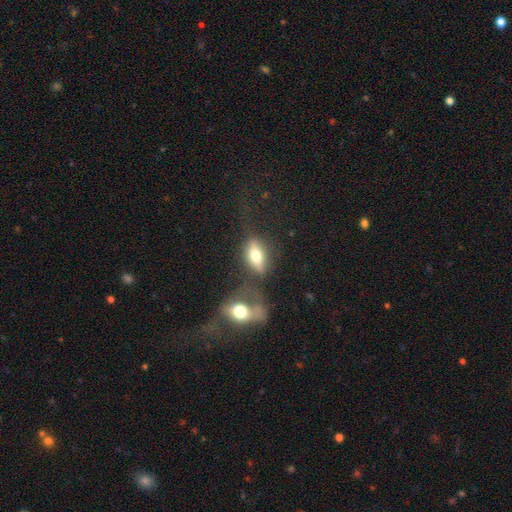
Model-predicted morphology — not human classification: A smooth galaxy with no disk features (53%) that is in between round and cigar-shaped (75%).

Vote fractions:
- Smooth or featured? smooth: 53% / featured or disk: 38% / star or artifact: 9%
- How rounded? in between: 75% / cigar-shaped: 17% / round: 8%
- Merging? none: 51% / merger: 22% / minor disturbance: 14% / major disturbance: 12%